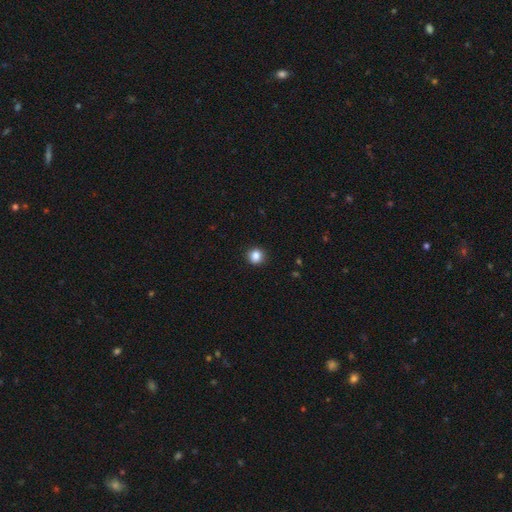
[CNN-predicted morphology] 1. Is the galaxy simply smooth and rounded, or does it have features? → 86% smooth, 10% star or artifact, 4% featured or disk.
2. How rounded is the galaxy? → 86% round, 13% in between, 1% cigar-shaped.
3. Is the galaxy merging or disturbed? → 91% none, 6% minor disturbance, 2% major disturbance, 1% merger.